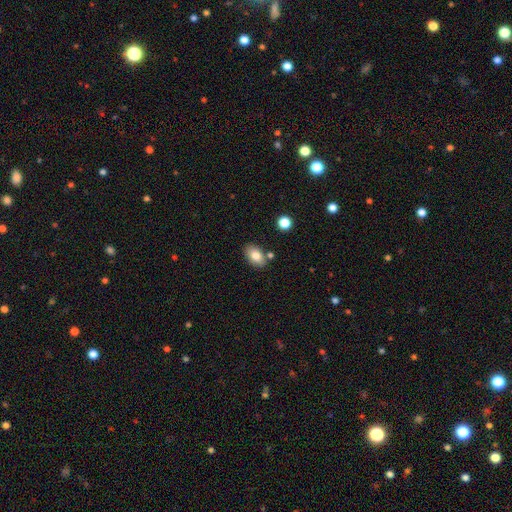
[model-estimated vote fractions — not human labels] Q: Smooth or featured?
A: smooth (82%); runner-up: featured or disk (10%)
Q: How rounded?
A: in between (89%); runner-up: round (10%)
Q: Merging?
A: none (79%); runner-up: minor disturbance (12%)